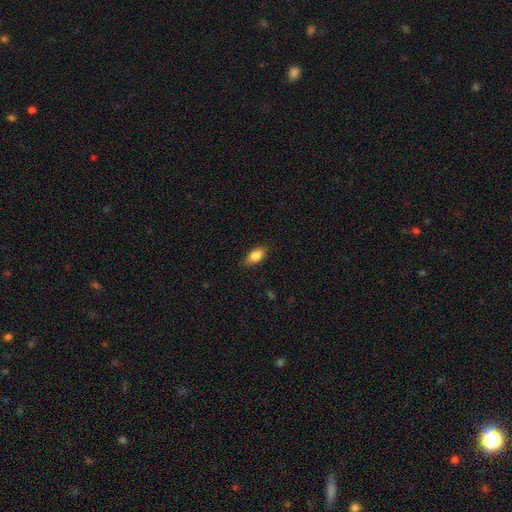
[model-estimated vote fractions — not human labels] Smooth or featured?
  - smooth: 82% *
  - featured or disk: 10%
  - star or artifact: 7%
How rounded?
  - in between: 87% *
  - cigar-shaped: 8%
  - round: 6%
Merging?
  - none: 82% *
  - minor disturbance: 15%
  - major disturbance: 3%
  - merger: 1%